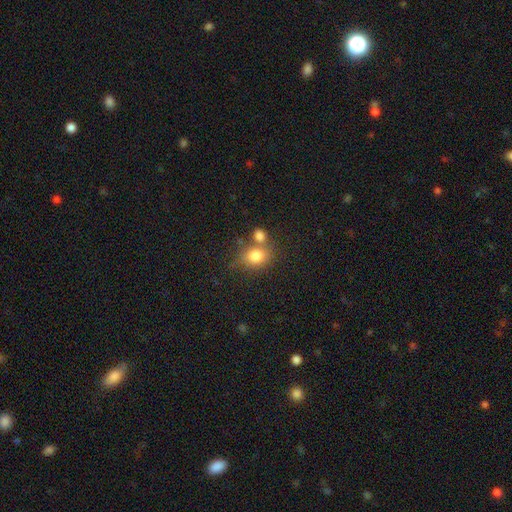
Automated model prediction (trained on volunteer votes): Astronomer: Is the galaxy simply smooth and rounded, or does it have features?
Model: smooth — 80%.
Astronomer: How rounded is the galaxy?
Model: in between — 49%, tied with round at 49%.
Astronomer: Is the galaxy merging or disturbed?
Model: none — 50% (runner-up: merger, 32%).